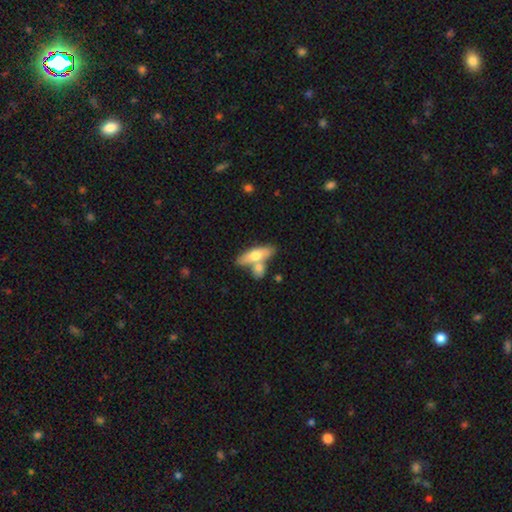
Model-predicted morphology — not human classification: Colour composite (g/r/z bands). It shows a smooth galaxy with no disk features (60%) that is in between round and cigar-shaped (50%). Merging: none (49%).